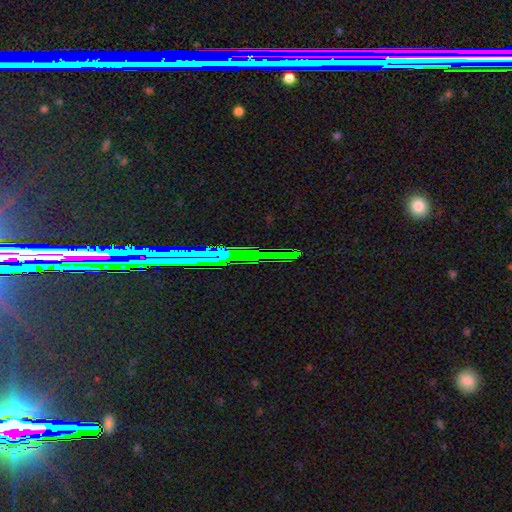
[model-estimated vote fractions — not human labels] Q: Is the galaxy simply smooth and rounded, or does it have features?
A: star or artifact — 68%.